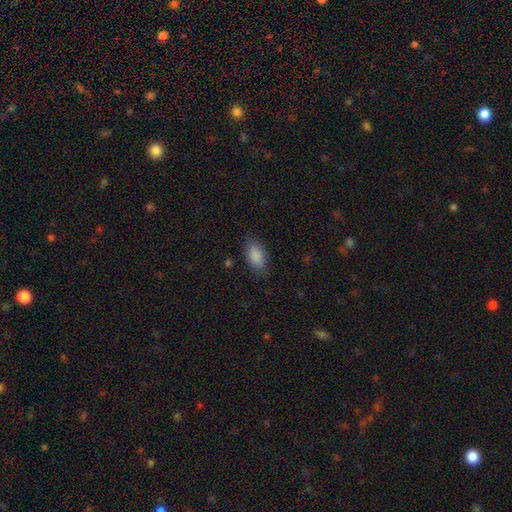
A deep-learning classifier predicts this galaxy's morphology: Smooth or featured?
  - smooth: 87% *
  - star or artifact: 7%
  - featured or disk: 5%
How rounded?
  - in between: 91% *
  - round: 5%
  - cigar-shaped: 4%
Merging?
  - none: 77% *
  - minor disturbance: 17%
  - major disturbance: 5%
  - merger: 1%